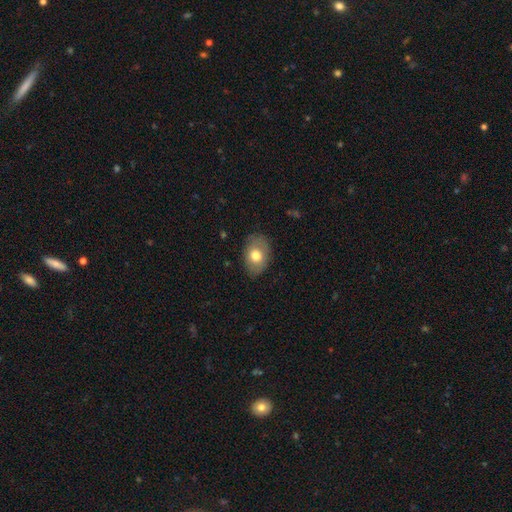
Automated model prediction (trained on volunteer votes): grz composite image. It shows a smooth galaxy with no disk features (74%) that is in between round and cigar-shaped (81%). Merging: none (80%).